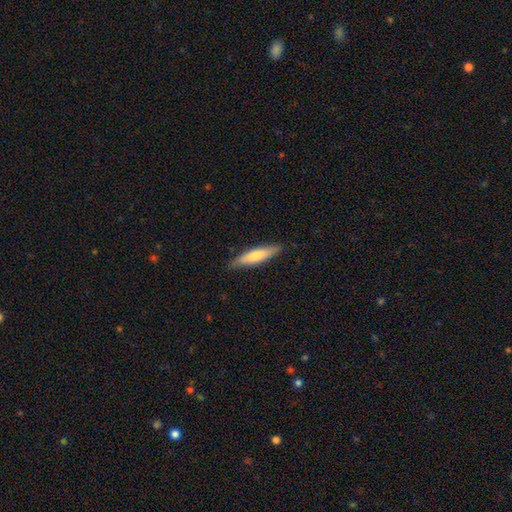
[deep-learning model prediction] smooth-or-featured: smooth: 72% | featured or disk: 23% | star or artifact: 5%
  how-rounded: cigar-shaped: 79% | in between: 20% | round: 1%
  merging: none: 86% | minor disturbance: 11% | major disturbance: 2% | merger: 1%